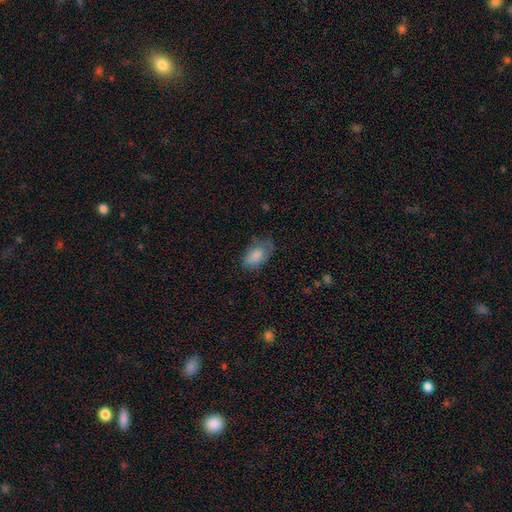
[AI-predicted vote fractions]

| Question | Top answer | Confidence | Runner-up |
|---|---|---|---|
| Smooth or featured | smooth | 82% | featured or disk (11%) |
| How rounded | in between | 92% | round (7%) |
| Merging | none | 55% | minor disturbance (31%) |